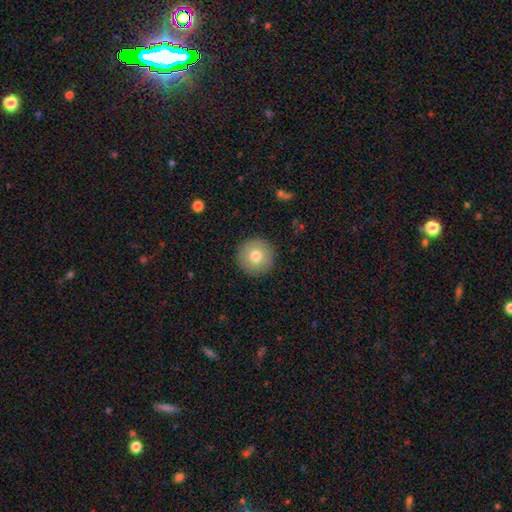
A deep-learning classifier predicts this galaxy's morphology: Q: Smooth or featured?
A: smooth (76%); runner-up: featured or disk (16%)
Q: How rounded?
A: round (96%); runner-up: in between (3%)
Q: Merging?
A: none (91%); runner-up: minor disturbance (6%)